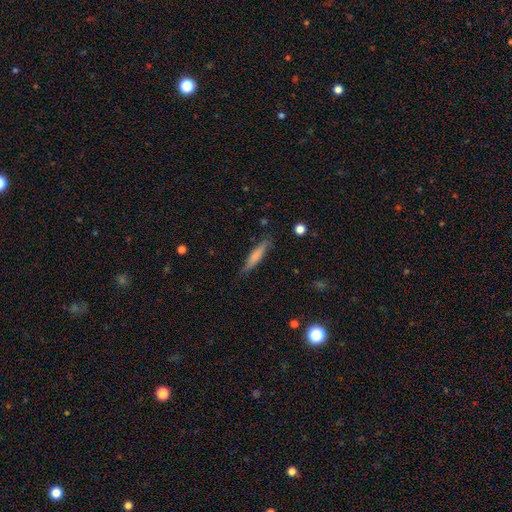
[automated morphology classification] This appears to be a smooth galaxy with no disk features (69%) that is cigar-shaped (88%). Merging: none (84%).